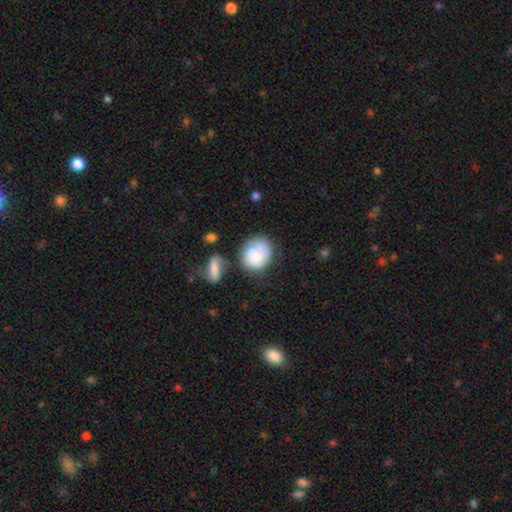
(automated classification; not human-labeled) This is likely a smooth galaxy (74%). How rounded: likely round (68%). Merging: possibly none (49%).